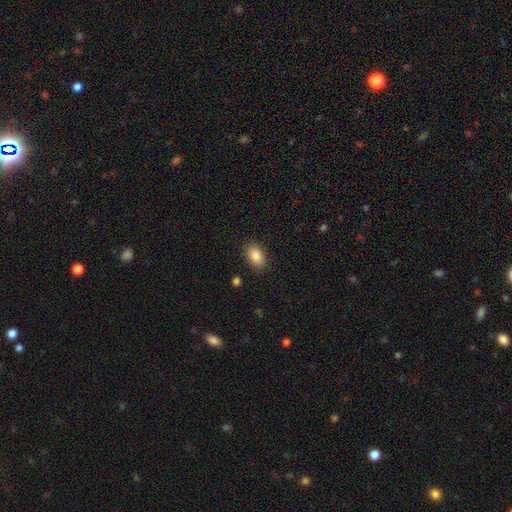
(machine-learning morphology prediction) Overall: smooth (87%). How rounded: in between (91%). Merging: none (88%).